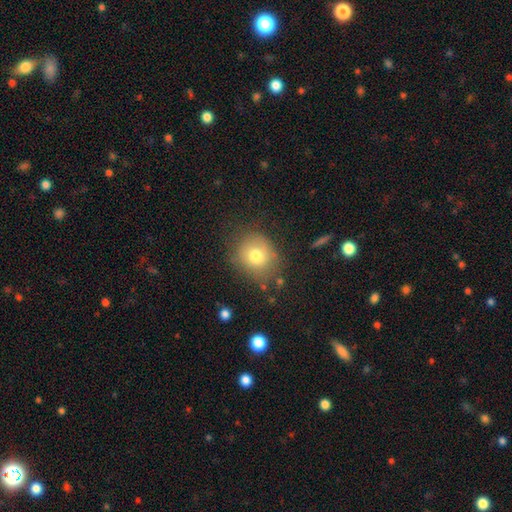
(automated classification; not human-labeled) A smooth galaxy with no disk features (74%) that is round (74%).

Vote fractions:
- Smooth or featured? smooth: 74% / featured or disk: 15% / star or artifact: 11%
- How rounded? round: 74% / in between: 25% / cigar-shaped: 1%
- Merging? none: 67% / minor disturbance: 22% / major disturbance: 9% / merger: 3%